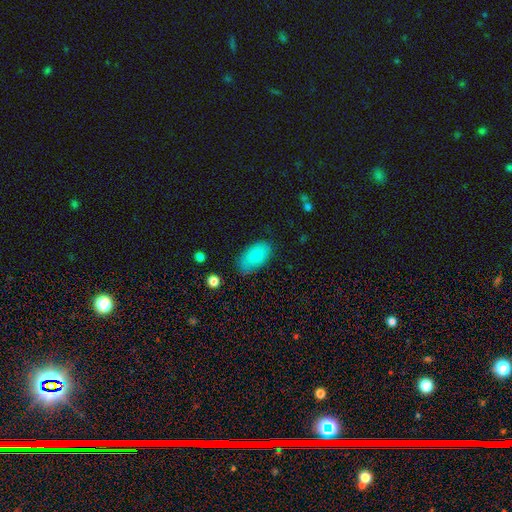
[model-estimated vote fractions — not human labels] This appears to be a smooth galaxy with no disk features (87%) that is in between round and cigar-shaped (94%). Merging: none (77%).